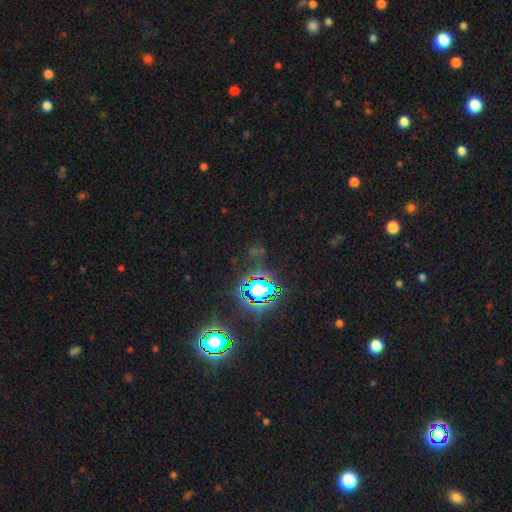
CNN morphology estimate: Smooth or featured: star or artifact — 79% (smooth — 13%)